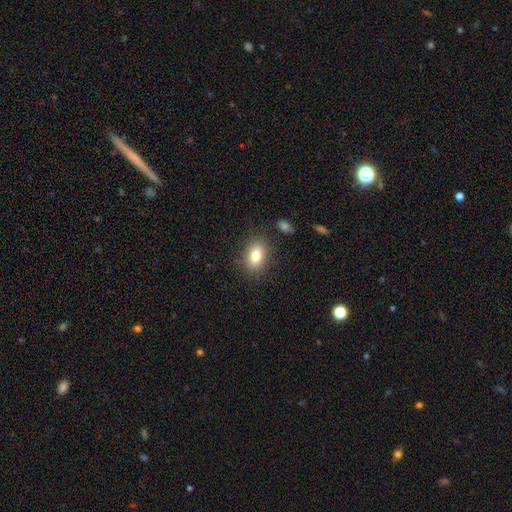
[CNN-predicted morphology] This appears to be a smooth galaxy with no disk features (80%) that is in between round and cigar-shaped (77%). Merging: none (85%).